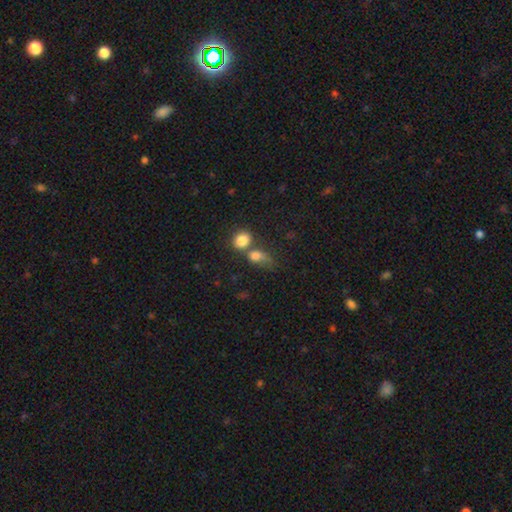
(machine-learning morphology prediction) smooth-or-featured: smooth: 77% | featured or disk: 12% | star or artifact: 11%
  how-rounded: round: 51% | in between: 46% | cigar-shaped: 3%
  merging: merger: 48% | none: 25% | major disturbance: 15% | minor disturbance: 12%